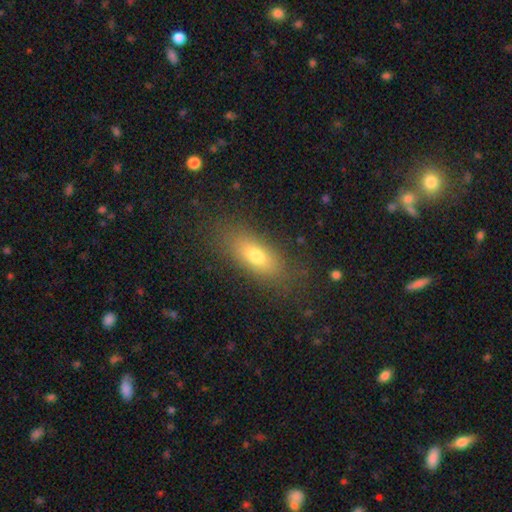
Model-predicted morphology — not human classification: The model was most divided on "how rounded": in between: 75%, cigar-shaped: 20%, round: 5%. More confident: merging — none (82%); smooth or featured — smooth (73%).